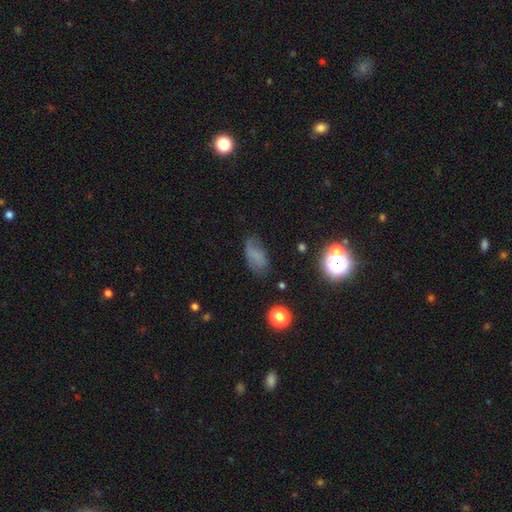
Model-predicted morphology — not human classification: Overall: smooth (60%; featured or disk 21%). How rounded: in between (88%). Merging: none (56%; minor disturbance 28%).